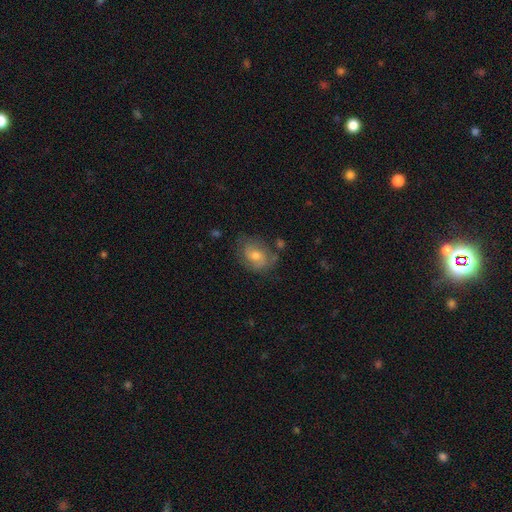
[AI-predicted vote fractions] smooth_or_featured: featured or disk (p=0.49) [alt: smooth p=0.41]
merging: none (p=0.67) [alt: minor disturbance p=0.22]